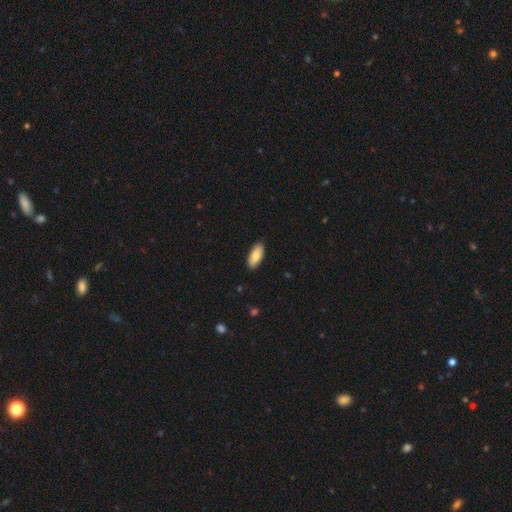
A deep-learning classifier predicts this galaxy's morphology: This is clearly a smooth galaxy (82%). How rounded: clearly in between (87%). Merging: clearly none (90%).